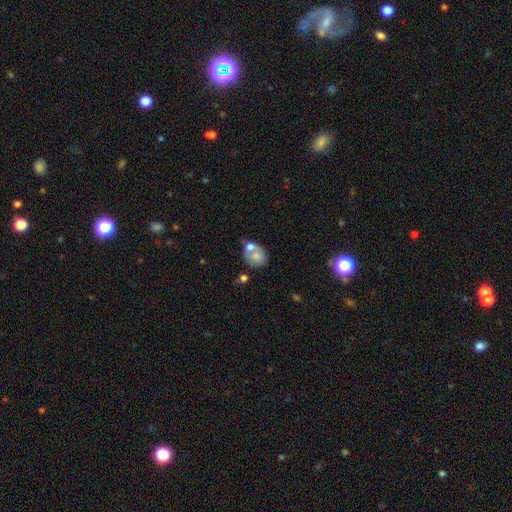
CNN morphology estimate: smooth 67%, featured or disk 25%, star or artifact 8%. Down the decision tree: how rounded — round (64%); merging — merger (42%).